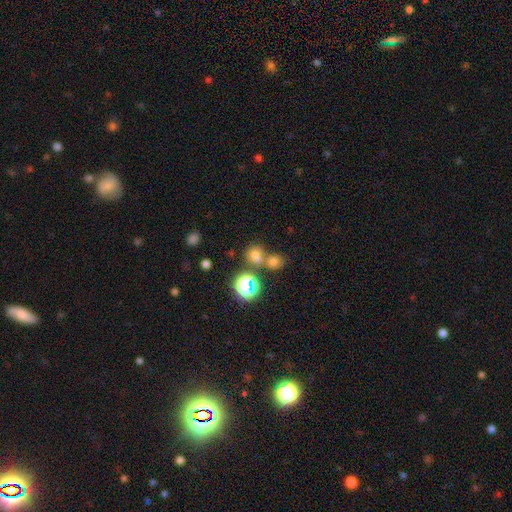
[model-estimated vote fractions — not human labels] A smooth galaxy with no disk features (65%) that is round (63%). Merging: none (47%).